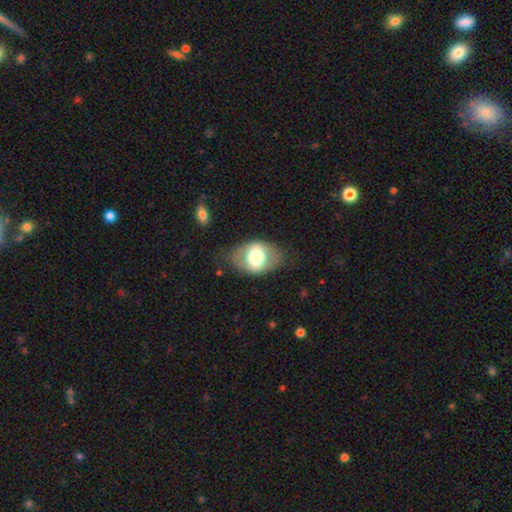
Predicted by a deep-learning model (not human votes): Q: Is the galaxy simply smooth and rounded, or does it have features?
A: smooth — 58%.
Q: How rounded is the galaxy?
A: in between — 81%.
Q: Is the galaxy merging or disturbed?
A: none — 67%.